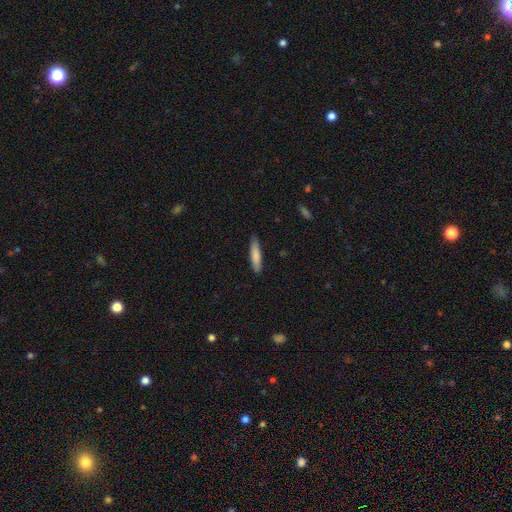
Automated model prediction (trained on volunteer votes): A smooth galaxy with no disk features (82%) that is cigar-shaped (81%). Merging: none (84%).